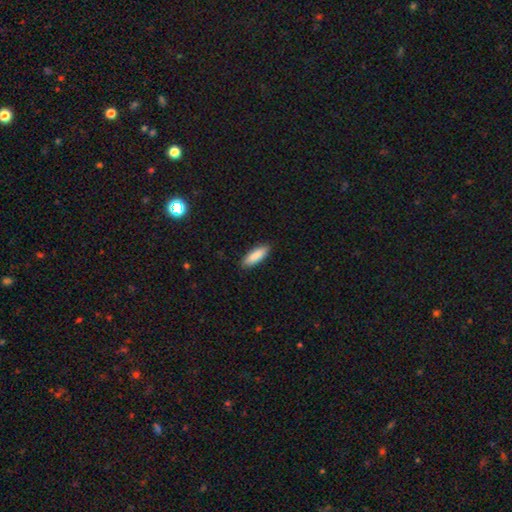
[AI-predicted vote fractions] This appears to be a smooth galaxy with no disk features (88%) that is in between round and cigar-shaped (55%). Merging: none (89%).